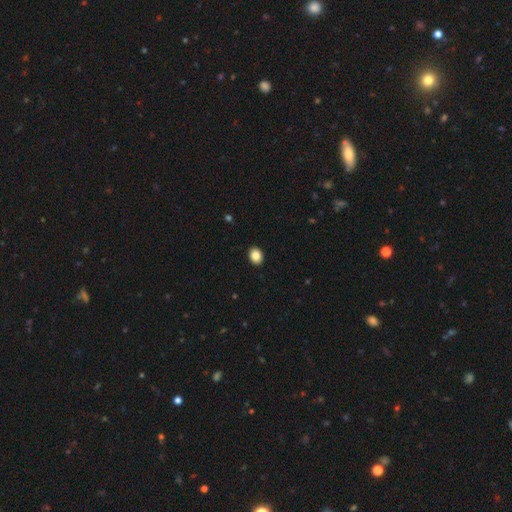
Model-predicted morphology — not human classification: type=smooth (87%); roundness=in between (65%); merging=none (91%).